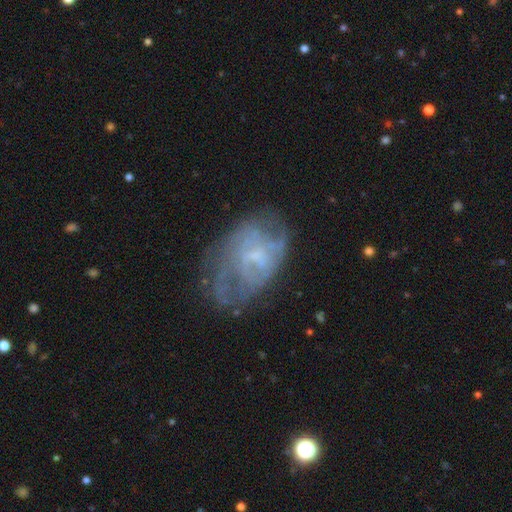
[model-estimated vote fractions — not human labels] smooth_or_featured: featured or disk (p=0.65) [alt: smooth p=0.23]
disk_edge_on: no (p=0.96) [alt: yes p=0.04]
bar: no (p=0.55) [alt: weak p=0.39]
has_spiral_arms: yes (p=0.65) [alt: no p=0.35]
bulge_size: small (p=0.51) [alt: none p=0.25]
merging: none (p=0.55) [alt: minor disturbance p=0.24]